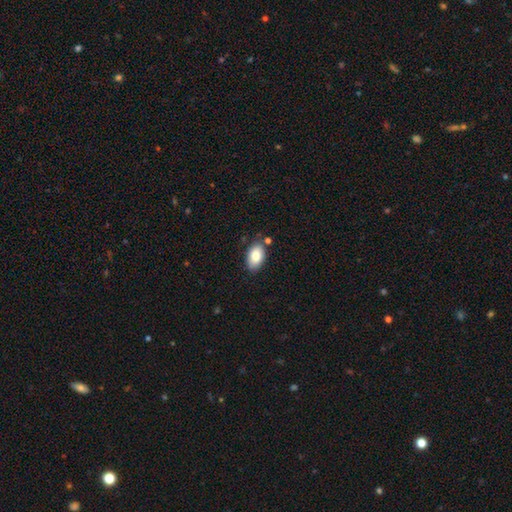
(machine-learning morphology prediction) Smooth or featured?
  - smooth: 82% *
  - featured or disk: 11%
  - star or artifact: 7%
How rounded?
  - in between: 93% *
  - round: 6%
  - cigar-shaped: 2%
Merging?
  - none: 79% *
  - minor disturbance: 13%
  - merger: 5%
  - major disturbance: 3%